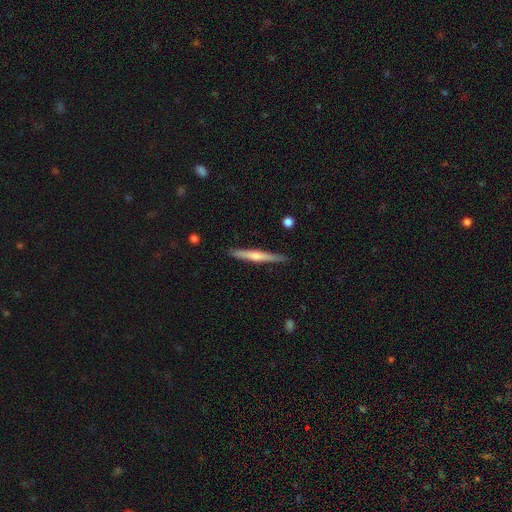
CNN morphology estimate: type=featured or disk (65%); edge-on=yes (98%); edge-on bulge=rounded (73%); merging=none (90%).